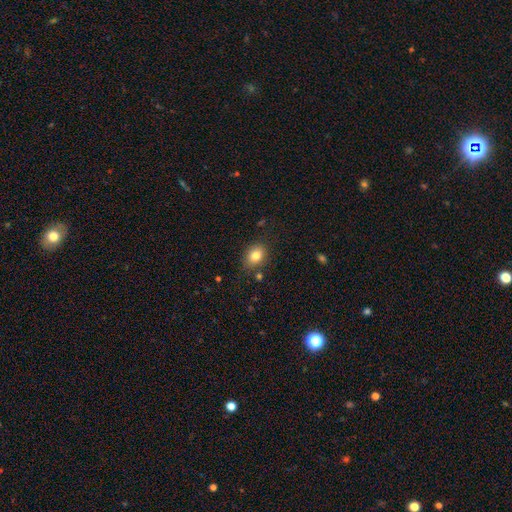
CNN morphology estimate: This appears to be a smooth galaxy with no disk features (81%) that is in between round and cigar-shaped (65%). Merging: none (80%).